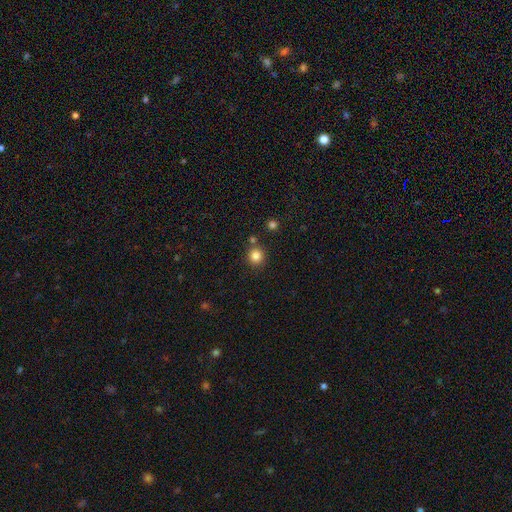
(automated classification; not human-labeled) Morphology: type=smooth (83%); roundness=round (91%); merging=none (81%).